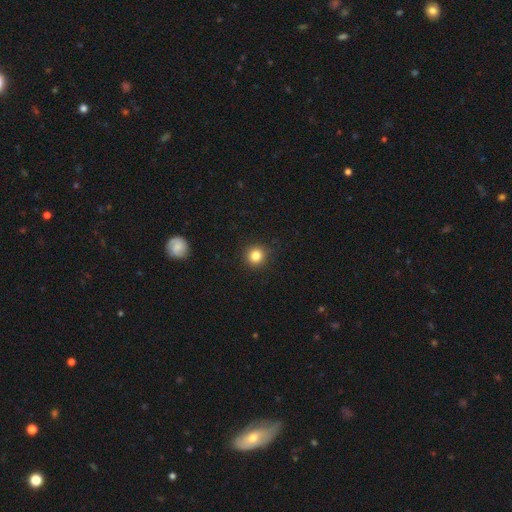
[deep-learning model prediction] Smooth or featured: smooth — 83% (star or artifact — 12%)
How rounded: round — 92% (in between — 7%)
Merging: none — 91% (minor disturbance — 7%)